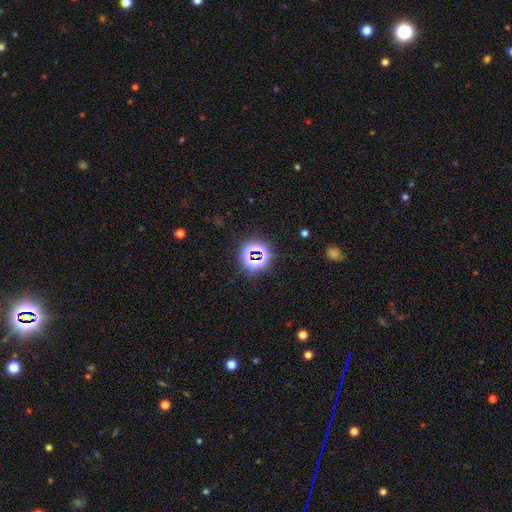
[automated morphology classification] smooth_or_featured: star or artifact (p=0.67) [alt: smooth p=0.23]